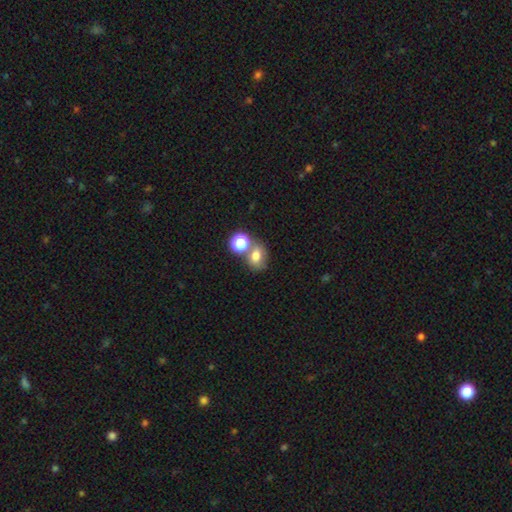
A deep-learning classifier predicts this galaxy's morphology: Smooth or featured: smooth — 72% (star or artifact — 15%)
How rounded: in between — 51% (round — 48%)
Merging: none — 49% (merger — 34%)